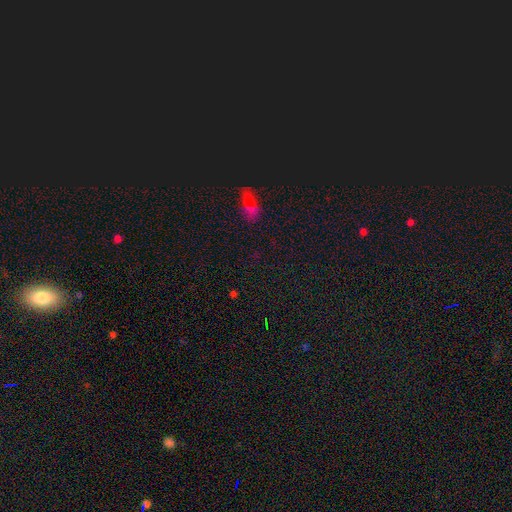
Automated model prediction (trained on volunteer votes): Smooth or featured: star or artifact — 60% (smooth — 31%)